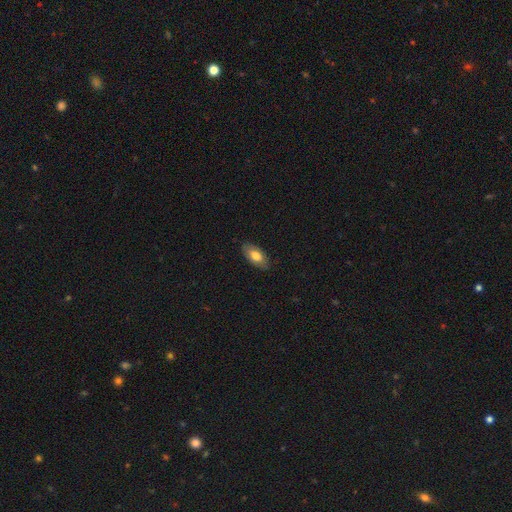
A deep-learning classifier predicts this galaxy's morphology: Overall: smooth (75%). How rounded: in between (91%). Merging: none (84%).